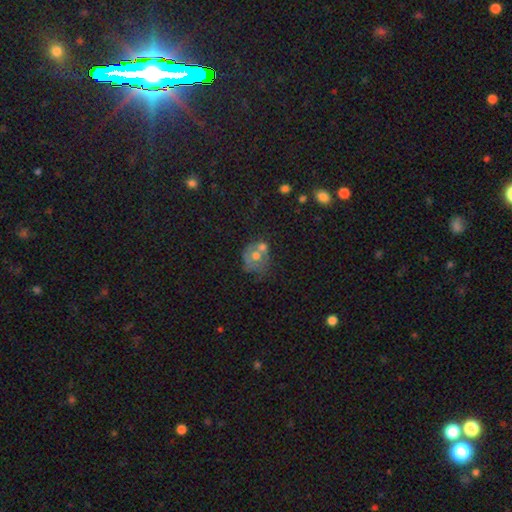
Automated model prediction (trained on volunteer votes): Smooth or featured? smooth (49%)
Merging? merger (43%)